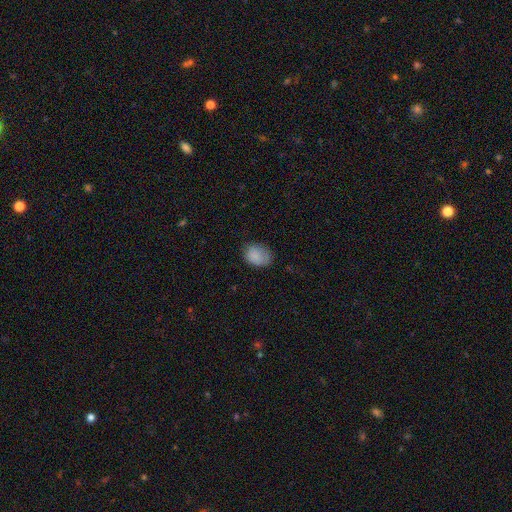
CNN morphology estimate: This is clearly a smooth galaxy (85%). How rounded: likely in between (65%). Merging: likely none (68%).